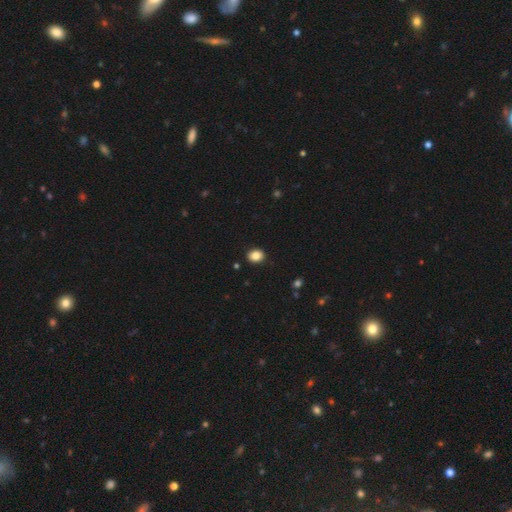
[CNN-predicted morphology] smooth_or_featured: smooth (p=0.86) [alt: star or artifact p=0.09]
how_rounded: round (p=0.53) [alt: in between p=0.47]
merging: none (p=0.90) [alt: minor disturbance p=0.07]